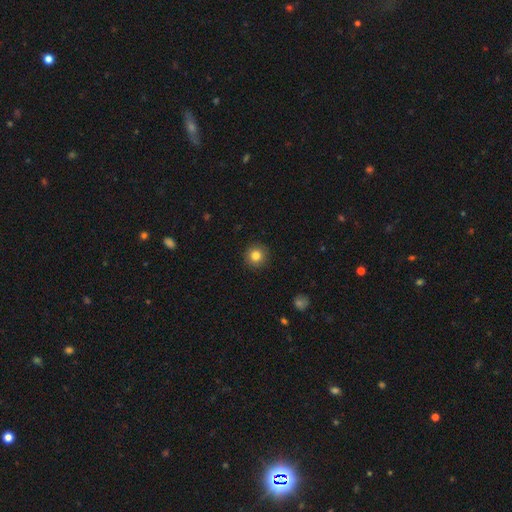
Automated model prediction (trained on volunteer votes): Smooth or featured? Predicted: smooth (p=0.82). How rounded? Predicted: round (p=0.95). Merging? Predicted: none (p=0.92).